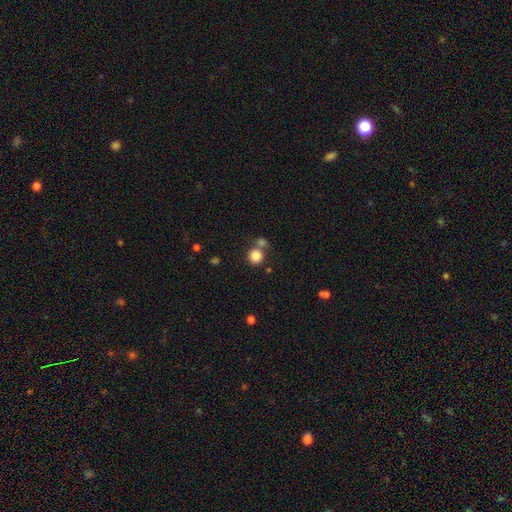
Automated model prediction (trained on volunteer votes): smooth-or-featured: smooth: 84% | star or artifact: 10% | featured or disk: 6%
  how-rounded: round: 90% | in between: 9% | cigar-shaped: 1%
  merging: none: 61% | merger: 28% | minor disturbance: 8% | major disturbance: 3%